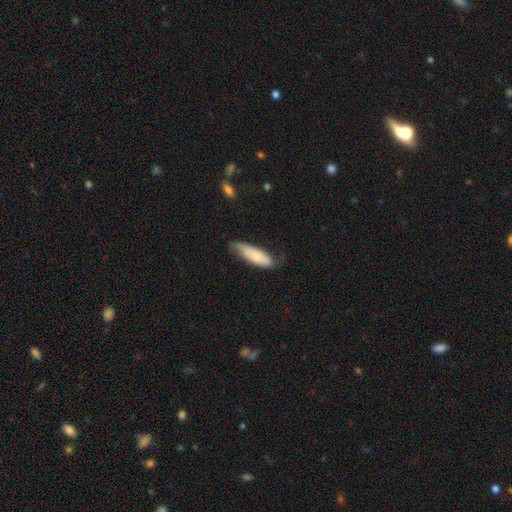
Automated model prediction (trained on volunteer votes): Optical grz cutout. It shows a smooth galaxy with no disk features (73%) that is in between round and cigar-shaped (50%). Merging: none (53%).